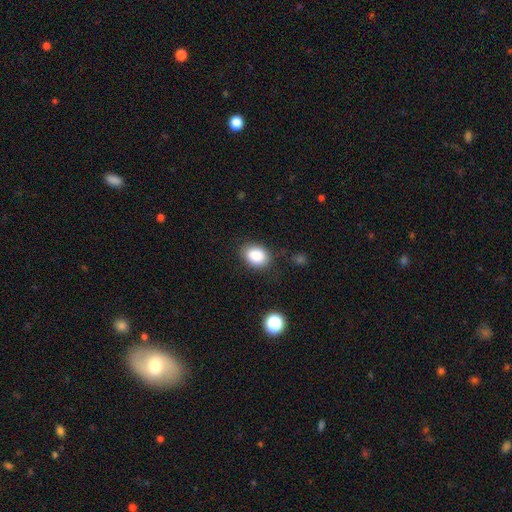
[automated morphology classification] Smooth or featured? Predicted: smooth (p=0.86). How rounded? Predicted: in between (p=0.71). Merging? Predicted: none (p=0.79).